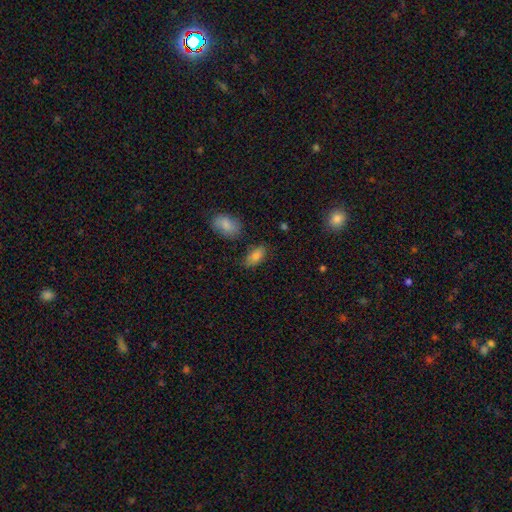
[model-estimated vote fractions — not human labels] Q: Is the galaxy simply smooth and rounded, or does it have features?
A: smooth — 82%.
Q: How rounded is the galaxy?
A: in between — 91%.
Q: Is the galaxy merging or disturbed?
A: none — 77%.